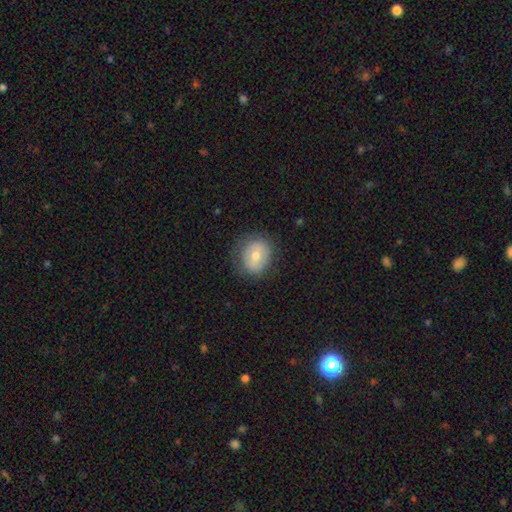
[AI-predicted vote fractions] A smooth galaxy with no disk features (61%) that is round (62%). Merging: none (77%).